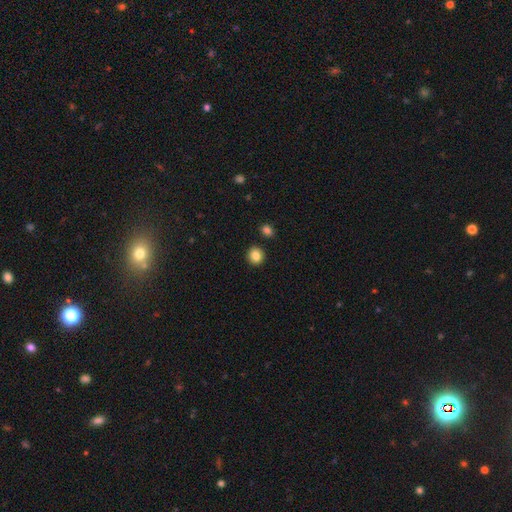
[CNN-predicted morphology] smooth-or-featured: smooth: 85% | star or artifact: 10% | featured or disk: 6%
  how-rounded: round: 87% | in between: 12% | cigar-shaped: 1%
  merging: none: 90% | minor disturbance: 5% | merger: 3% | major disturbance: 2%